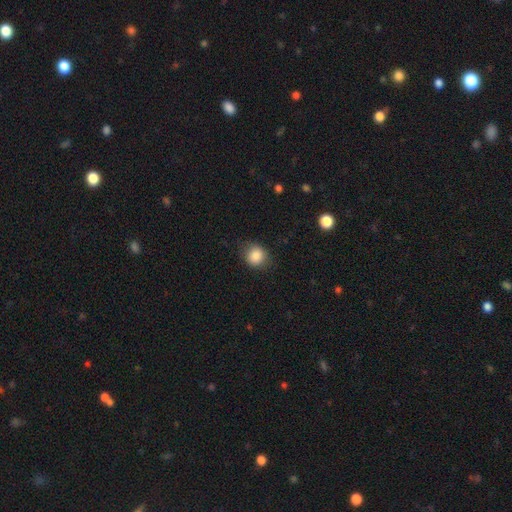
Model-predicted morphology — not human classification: A smooth galaxy with no disk features (87%) that is round (78%).

Vote fractions:
- Smooth or featured? smooth: 87% / star or artifact: 9% / featured or disk: 4%
- How rounded? round: 78% / in between: 21% / cigar-shaped: 1%
- Merging? none: 76% / minor disturbance: 18% / major disturbance: 5% / merger: 1%